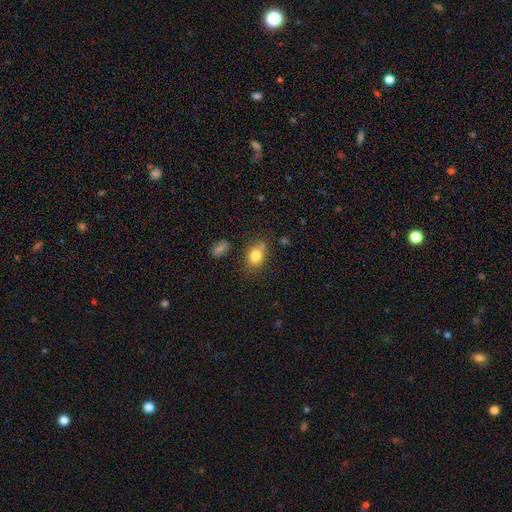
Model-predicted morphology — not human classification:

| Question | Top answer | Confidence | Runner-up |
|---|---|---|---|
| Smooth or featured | smooth | 80% | star or artifact (10%) |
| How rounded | in between | 62% | round (37%) |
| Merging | none | 63% | minor disturbance (22%) |